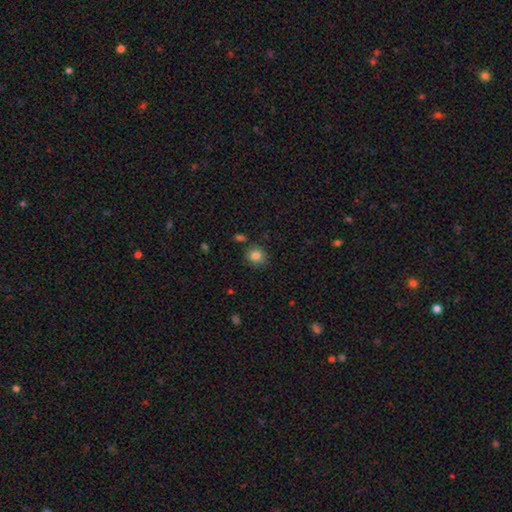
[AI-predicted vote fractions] smooth_or_featured: smooth (p=0.83) [alt: star or artifact p=0.10]
how_rounded: round (p=0.83) [alt: in between p=0.16]
merging: none (p=0.85) [alt: minor disturbance p=0.09]